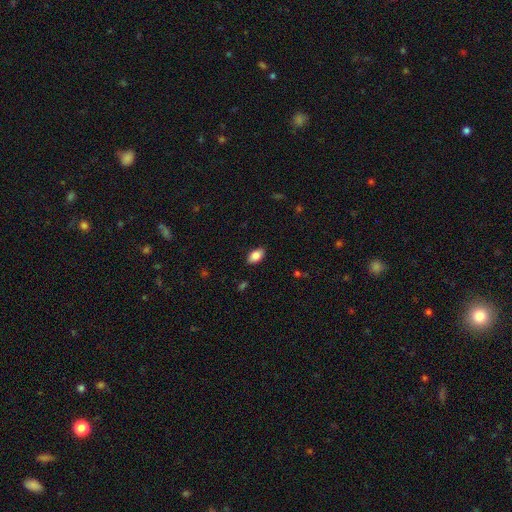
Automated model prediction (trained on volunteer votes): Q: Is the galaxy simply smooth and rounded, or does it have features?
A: smooth — 86%.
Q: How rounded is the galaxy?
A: in between — 92%.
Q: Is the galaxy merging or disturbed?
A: none — 87%.